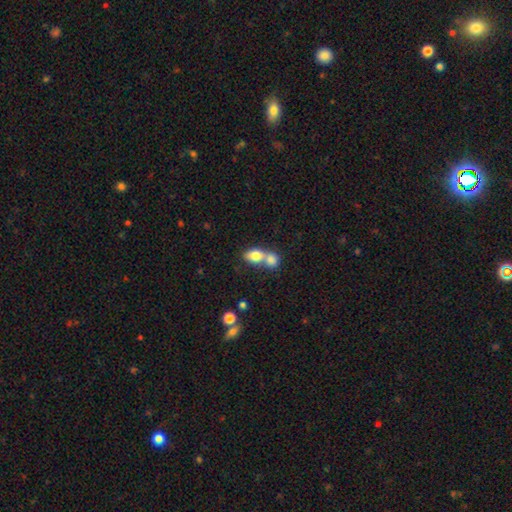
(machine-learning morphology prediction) type=smooth (78%); roundness=in between (70%); merging=merger (66%).